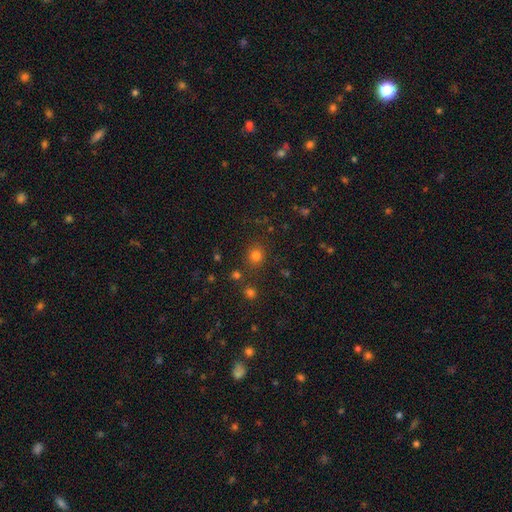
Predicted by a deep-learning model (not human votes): A smooth galaxy with no disk features (75%) that is round (85%).

Vote fractions:
- Smooth or featured? smooth: 75% / star or artifact: 19% / featured or disk: 6%
- How rounded? round: 85% / in between: 14% / cigar-shaped: 1%
- Merging? none: 82% / minor disturbance: 9% / merger: 6% / major disturbance: 4%